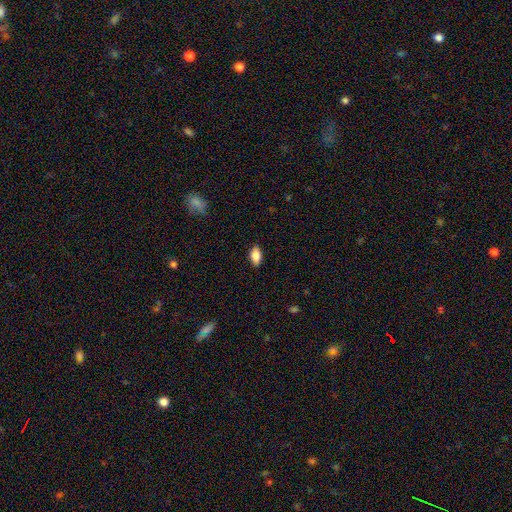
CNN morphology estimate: Smooth or featured?
  - smooth: 83% *
  - featured or disk: 9%
  - star or artifact: 7%
How rounded?
  - in between: 89% *
  - cigar-shaped: 7%
  - round: 5%
Merging?
  - none: 86% *
  - minor disturbance: 11%
  - major disturbance: 2%
  - merger: 1%